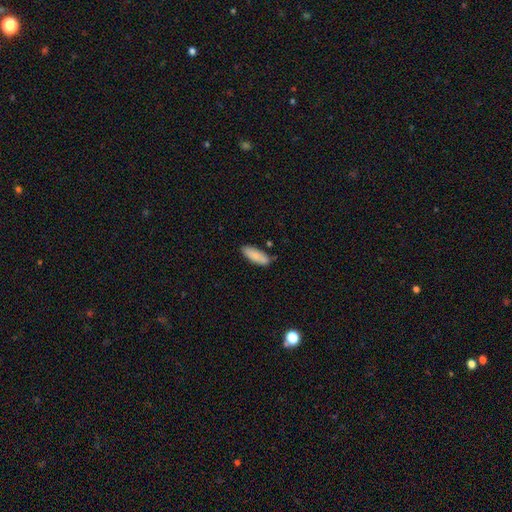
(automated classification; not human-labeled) A smooth galaxy with no disk features (86%) that is in between round and cigar-shaped (70%).

Vote fractions:
- Smooth or featured? smooth: 86% / featured or disk: 7% / star or artifact: 6%
- How rounded? in between: 70% / cigar-shaped: 29% / round: 2%
- Merging? none: 76% / minor disturbance: 17% / merger: 4% / major disturbance: 3%